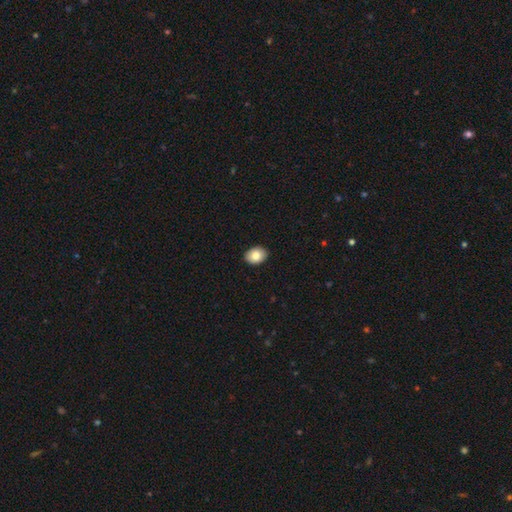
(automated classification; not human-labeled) This appears to be a smooth galaxy with no disk features (85%) that is in between round and cigar-shaped (73%). Merging: none (90%).